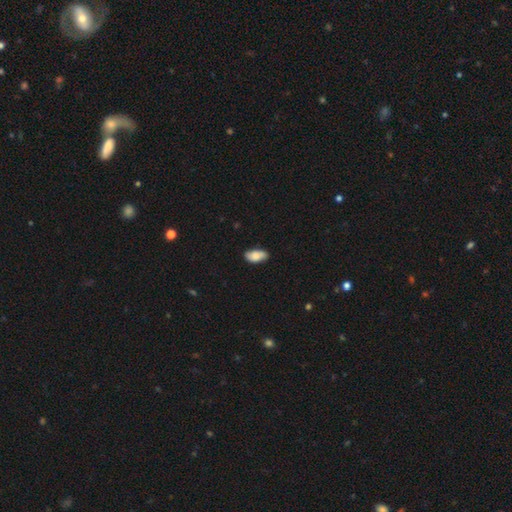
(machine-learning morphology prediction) Smooth or featured?
  - smooth: 82% *
  - featured or disk: 12%
  - star or artifact: 7%
How rounded?
  - in between: 92% *
  - cigar-shaped: 5%
  - round: 3%
Merging?
  - none: 79% *
  - minor disturbance: 17%
  - major disturbance: 3%
  - merger: 1%